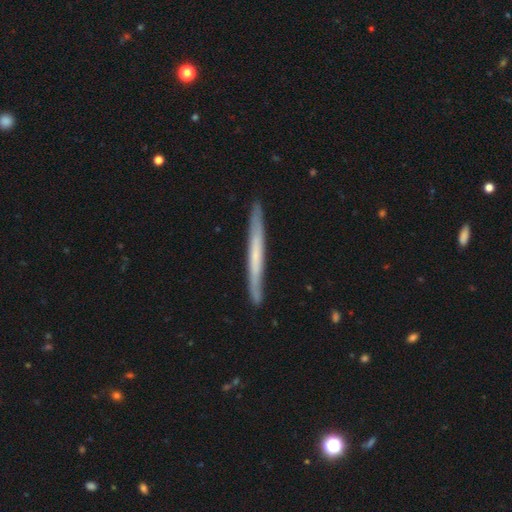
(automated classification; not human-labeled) Smooth or featured?
  - featured or disk: 51% *
  - smooth: 43%
  - star or artifact: 5%
Edge-on disk?
  - yes: 94% *
  - no: 6%
Merging?
  - none: 89% *
  - minor disturbance: 9%
  - major disturbance: 1%
  - merger: 1%